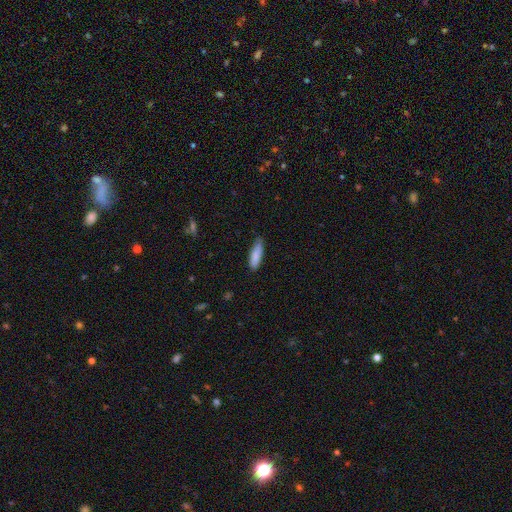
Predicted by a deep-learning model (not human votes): Smooth or featured? Predicted: smooth (p=0.87). How rounded? Predicted: cigar-shaped (p=0.54). Merging? Predicted: none (p=0.78).